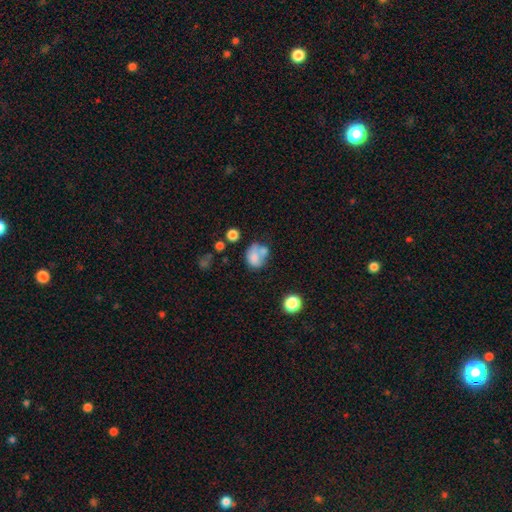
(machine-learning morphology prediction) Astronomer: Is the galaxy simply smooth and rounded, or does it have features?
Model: smooth — 69%.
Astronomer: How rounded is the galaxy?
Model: in between — 52% (runner-up: round, 47%).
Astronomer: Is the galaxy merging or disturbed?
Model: merger — 41% (runner-up: none, 30%).